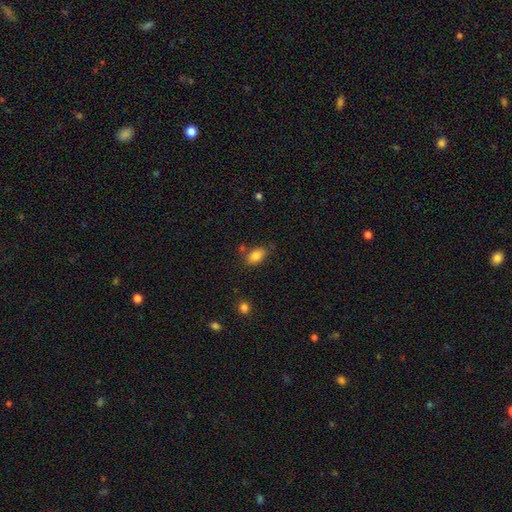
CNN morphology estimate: Q: Smooth or featured?
A: smooth (84%); runner-up: star or artifact (9%)
Q: How rounded?
A: in between (88%); runner-up: round (9%)
Q: Merging?
A: none (69%); runner-up: minor disturbance (18%)